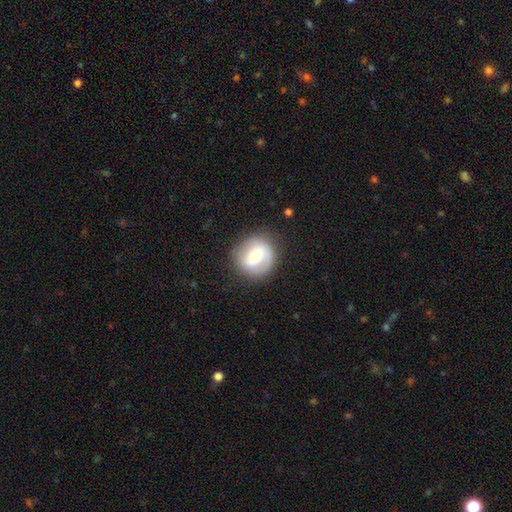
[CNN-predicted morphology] smooth-or-featured: featured or disk: 46% (tied) | smooth: 46% (tied) | star or artifact: 7%
  merging: none: 82% | minor disturbance: 12% | major disturbance: 5% | merger: 1%